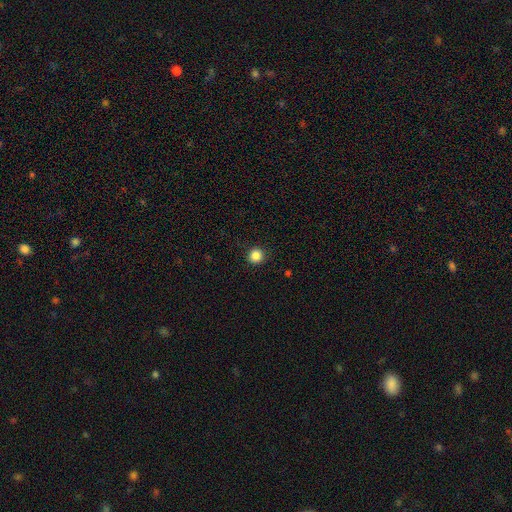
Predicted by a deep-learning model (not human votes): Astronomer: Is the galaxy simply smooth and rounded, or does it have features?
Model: smooth — 86%.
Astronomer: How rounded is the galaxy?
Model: round — 94%.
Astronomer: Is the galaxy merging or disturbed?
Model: none — 91%.